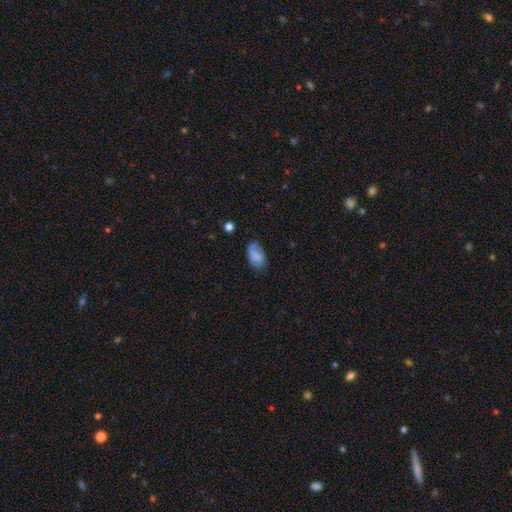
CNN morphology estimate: A smooth galaxy with no disk features (81%) that is in between round and cigar-shaped (93%).

Vote fractions:
- Smooth or featured? smooth: 81% / featured or disk: 11% / star or artifact: 8%
- How rounded? in between: 93% / round: 5% / cigar-shaped: 2%
- Merging? none: 65% / minor disturbance: 26% / major disturbance: 7% / merger: 2%